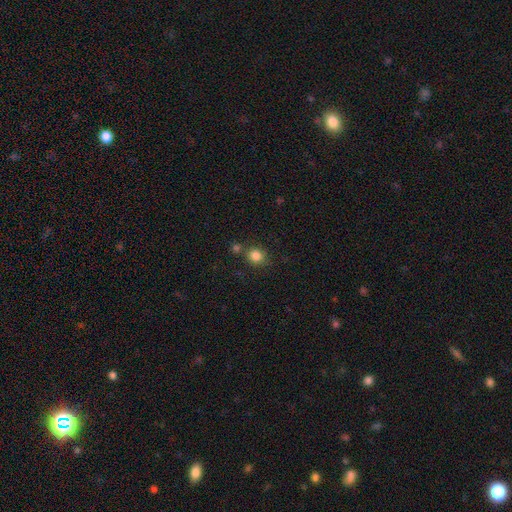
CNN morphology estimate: The model was most divided on "merging": none: 72%, merger: 14%, minor disturbance: 10%, major disturbance: 4%. More confident: smooth or featured — smooth (84%); how rounded — round (81%).